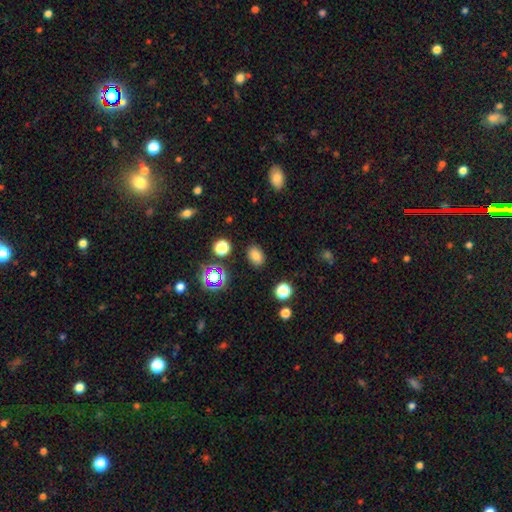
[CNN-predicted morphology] Smooth or featured? smooth (77%)
How rounded? in between (76%)
Merging? none (85%)